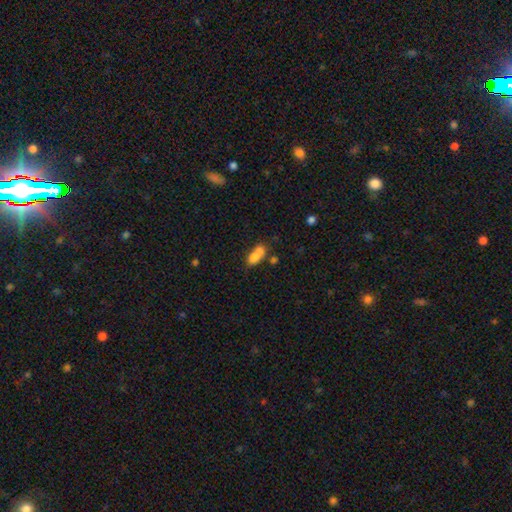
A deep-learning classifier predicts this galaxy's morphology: smooth 72%, featured or disk 18%, star or artifact 10%. Down the decision tree: how rounded — in between (72%); merging — merger (56%).